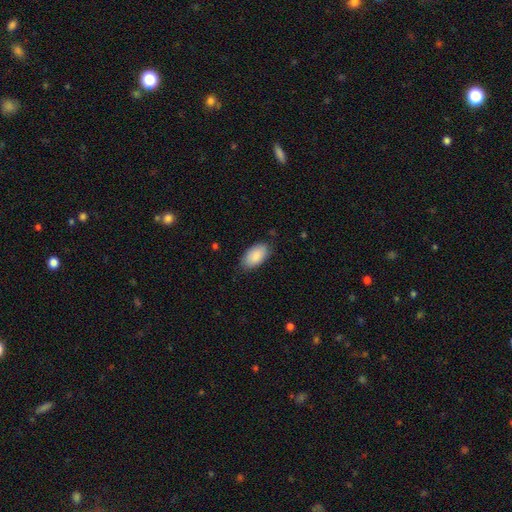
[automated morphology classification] Smooth or featured? Predicted: smooth (p=0.88). How rounded? Predicted: in between (p=0.95). Merging? Predicted: none (p=0.80).